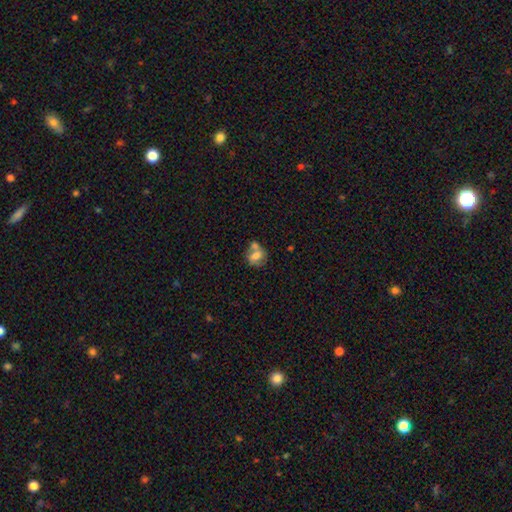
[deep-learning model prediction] Q: Smooth or featured?
A: smooth (61%); runner-up: featured or disk (30%)
Q: How rounded?
A: in between (51%); runner-up: round (47%)
Q: Merging?
A: merger (47%); runner-up: none (31%)